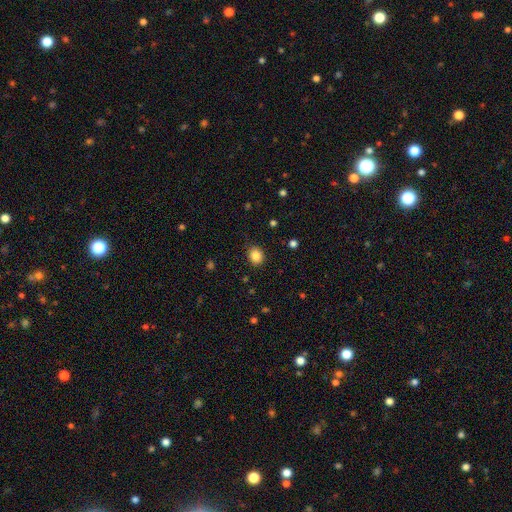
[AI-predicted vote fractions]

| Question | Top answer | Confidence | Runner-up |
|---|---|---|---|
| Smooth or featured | smooth | 85% | star or artifact (10%) |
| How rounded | round | 63% | in between (36%) |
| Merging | none | 86% | minor disturbance (11%) |